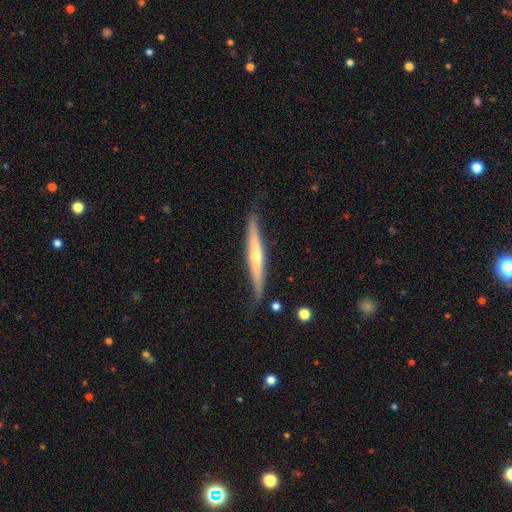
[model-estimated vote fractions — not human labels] Q: Smooth or featured?
A: featured or disk (68%); runner-up: smooth (26%)
Q: Edge-on disk?
A: yes (95%); runner-up: no (5%)
Q: Edge-on bulge?
A: rounded (78%); runner-up: none (18%)
Q: Merging?
A: none (78%); runner-up: minor disturbance (17%)